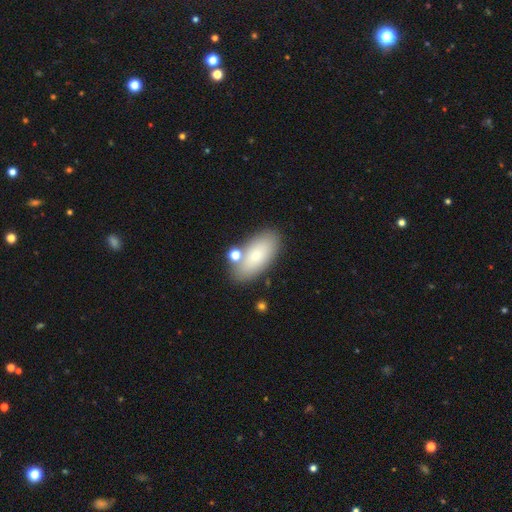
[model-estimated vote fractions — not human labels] This is likely a smooth galaxy (78%). How rounded: clearly in between (89%). Merging: likely none (74%).